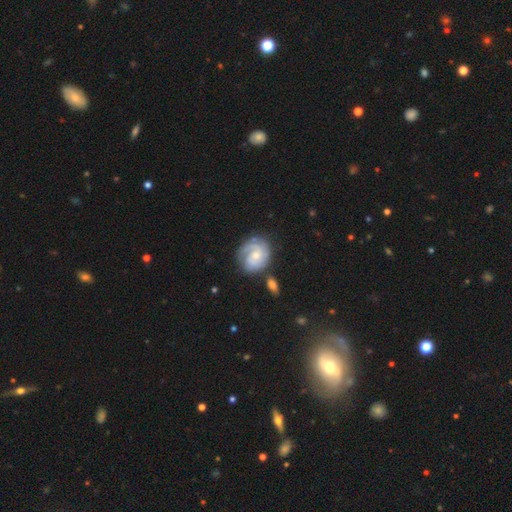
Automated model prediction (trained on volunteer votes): A featured or disk galaxy (77%) with no bar (63%), 2 (42%) tight (59%) spiral arms (94%) and a small central bulge (51%). Merging: none (65%).